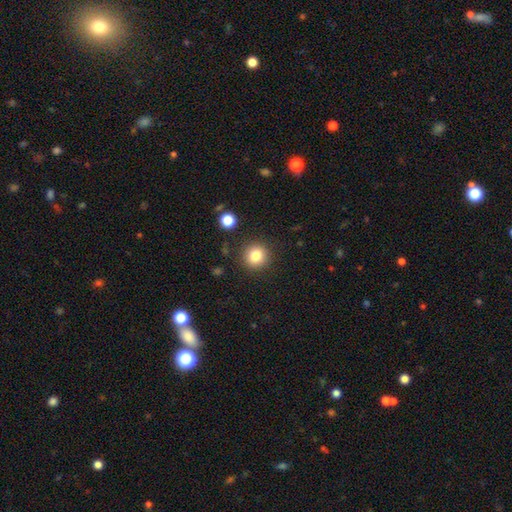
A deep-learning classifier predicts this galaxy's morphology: The model was most divided on "smooth or featured": smooth: 82%, star or artifact: 11%, featured or disk: 7%. More confident: how rounded — round (93%); merging — none (89%).